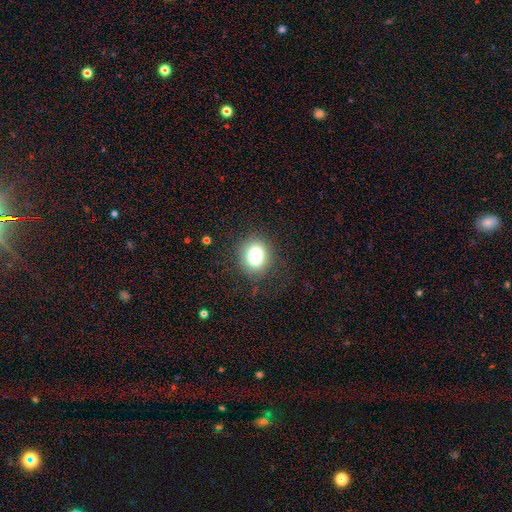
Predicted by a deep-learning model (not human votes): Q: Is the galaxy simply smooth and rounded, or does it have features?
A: smooth — 81%.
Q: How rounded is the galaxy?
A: round — 60%.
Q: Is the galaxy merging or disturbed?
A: none — 82%.